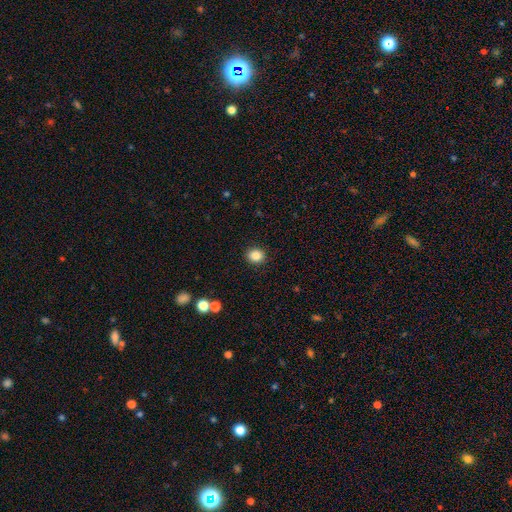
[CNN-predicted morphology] Smooth or featured? smooth (85%)
How rounded? round (73%)
Merging? none (91%)